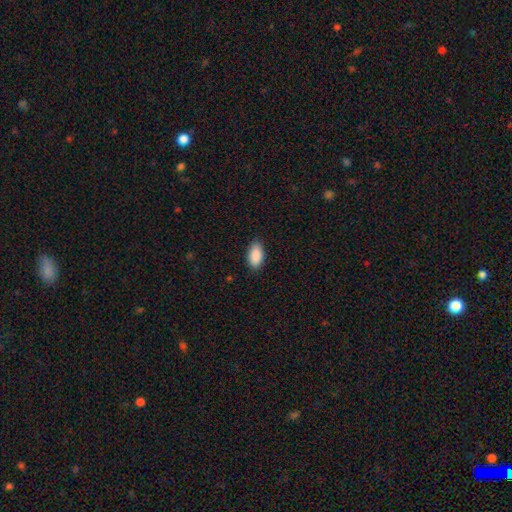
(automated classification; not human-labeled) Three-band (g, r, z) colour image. It shows a smooth galaxy with no disk features (90%) that is in between round and cigar-shaped (94%). Merging: none (86%).